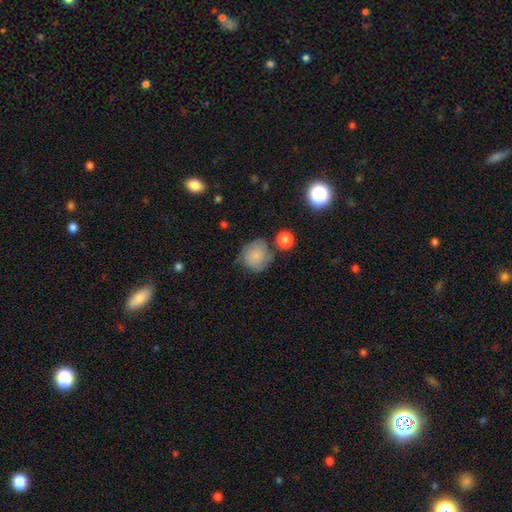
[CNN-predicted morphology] Smooth or featured? Predicted: smooth (p=0.66). How rounded? Predicted: round (p=0.81). Merging? Predicted: none (p=0.56).